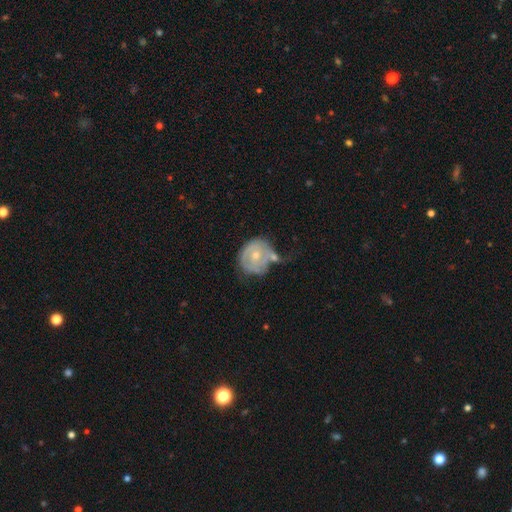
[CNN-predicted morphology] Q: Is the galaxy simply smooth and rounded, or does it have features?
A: featured or disk — 60%.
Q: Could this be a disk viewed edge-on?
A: no — 97%.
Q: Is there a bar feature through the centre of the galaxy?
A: no — 79%.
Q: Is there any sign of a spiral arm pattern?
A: yes — 62%.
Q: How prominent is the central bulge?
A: moderate — 53%.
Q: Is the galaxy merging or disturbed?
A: none — 37%.